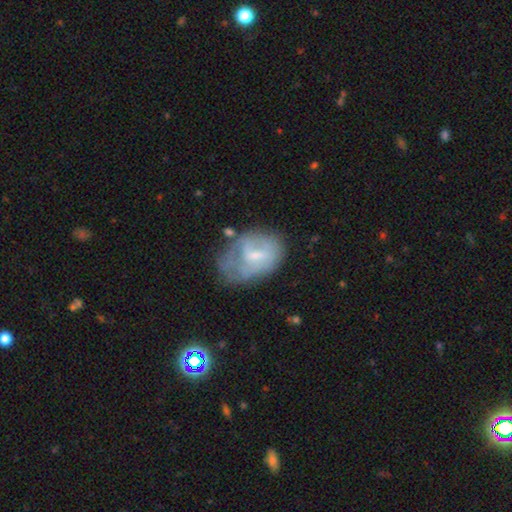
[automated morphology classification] featured or disk 54%, smooth 38%, star or artifact 8%. Down the decision tree: edge-on disk — no (97%); bar — weak (54%); spiral arms — yes (52%); bulge size — small (50%); merging — none (37%).